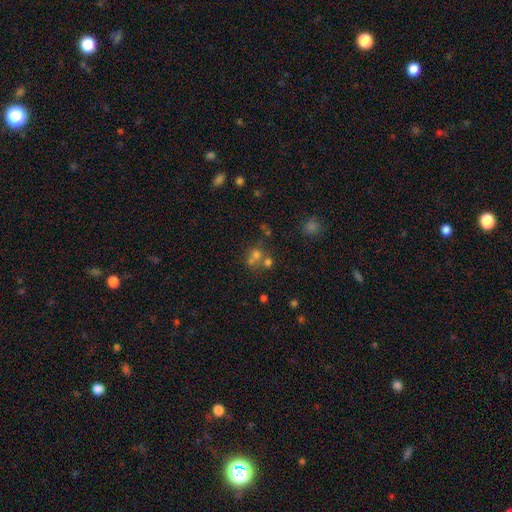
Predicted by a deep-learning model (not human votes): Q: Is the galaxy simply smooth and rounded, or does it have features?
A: smooth — 54%.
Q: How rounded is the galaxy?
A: round — 80%.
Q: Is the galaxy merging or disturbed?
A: merger — 45%.